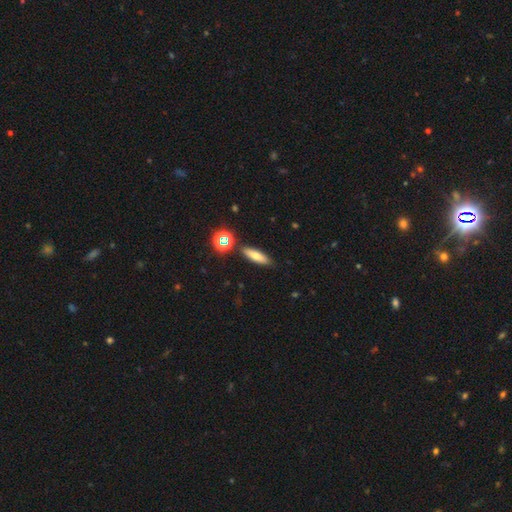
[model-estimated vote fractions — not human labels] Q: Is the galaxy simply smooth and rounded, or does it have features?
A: smooth — 68%.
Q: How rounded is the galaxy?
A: cigar-shaped — 53%.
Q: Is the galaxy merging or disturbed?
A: none — 85%.